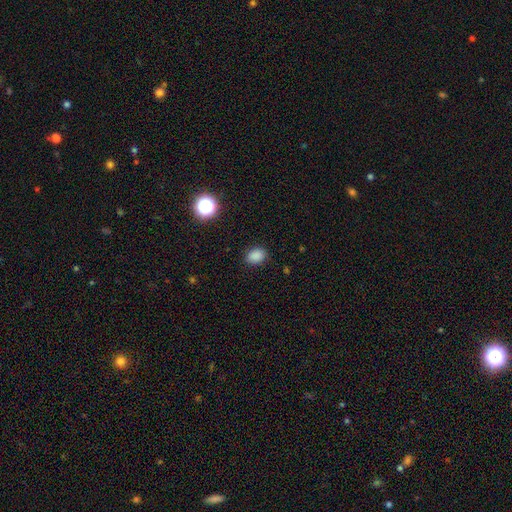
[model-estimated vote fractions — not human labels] Smooth or featured? smooth (85%)
How rounded? in between (72%)
Merging? none (86%)